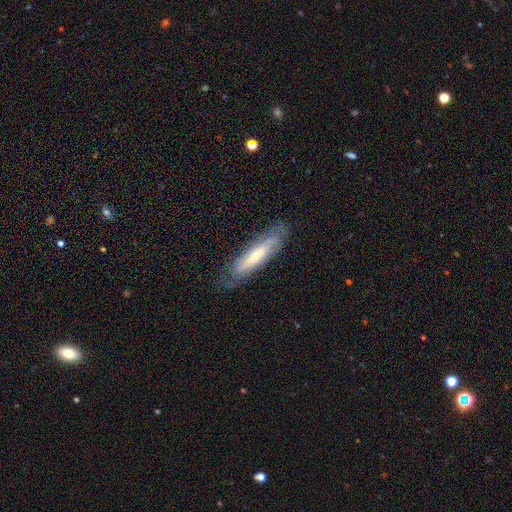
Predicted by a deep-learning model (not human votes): A featured or disk galaxy (58%).

Vote fractions:
- Smooth or featured? featured or disk: 58% / smooth: 36% / star or artifact: 6%
- Edge-on disk? no: 59% / yes: 41%
- Merging? none: 71% / minor disturbance: 21% / major disturbance: 7% / merger: 1%